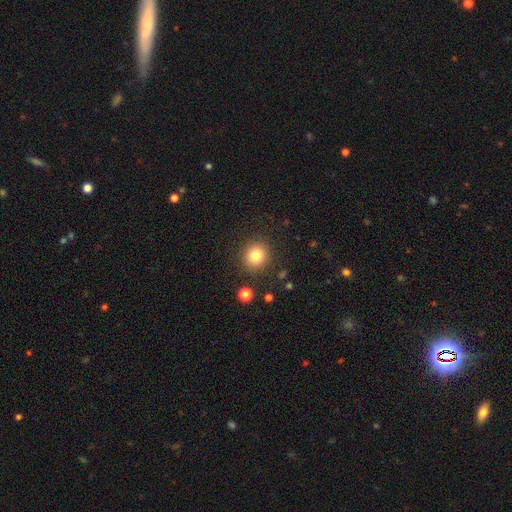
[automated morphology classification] smooth_or_featured: smooth (p=0.81) [alt: star or artifact p=0.12]
how_rounded: round (p=0.88) [alt: in between p=0.11]
merging: none (p=0.88) [alt: minor disturbance p=0.07]